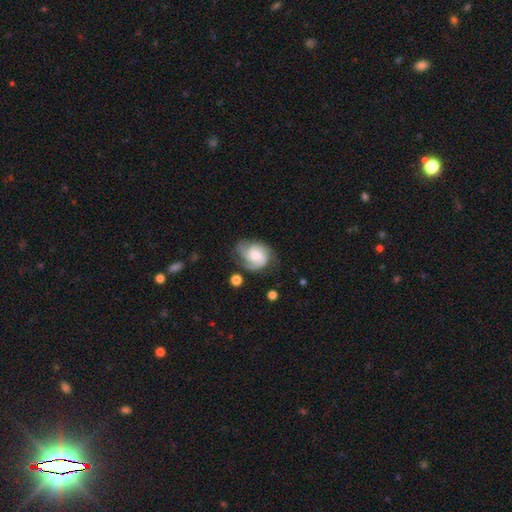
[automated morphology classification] The model was most divided on "spiral winding": medium: 46%, tight: 41%, loose: 14%. Remaining: edge-on disk — no (98%); spiral arms — yes (96%); smooth or featured — featured or disk (78%); bar — no (65%); merging — none (63%); bulge size — moderate (51%); spiral arm count — 3 (49%).